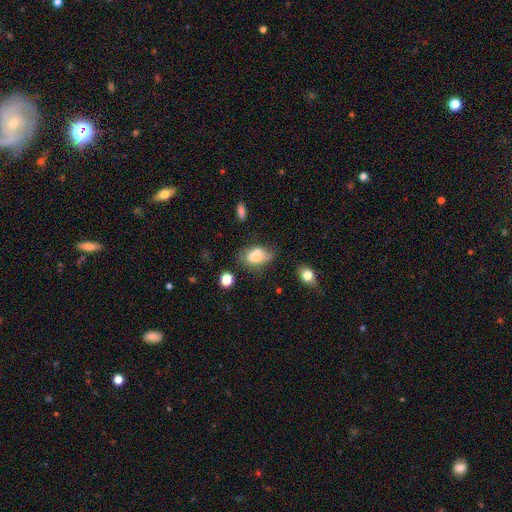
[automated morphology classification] Q: Smooth or featured?
A: smooth (73%); runner-up: featured or disk (17%)
Q: How rounded?
A: in between (85%); runner-up: round (13%)
Q: Merging?
A: none (35%); runner-up: minor disturbance (31%)